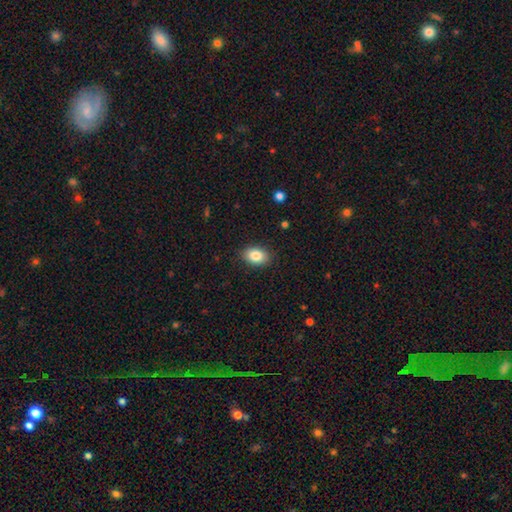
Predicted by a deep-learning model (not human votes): smooth-or-featured: smooth: 85% | star or artifact: 8% | featured or disk: 7%
  how-rounded: in between: 83% | round: 16% | cigar-shaped: 1%
  merging: none: 88% | minor disturbance: 9% | major disturbance: 2% | merger: 1%